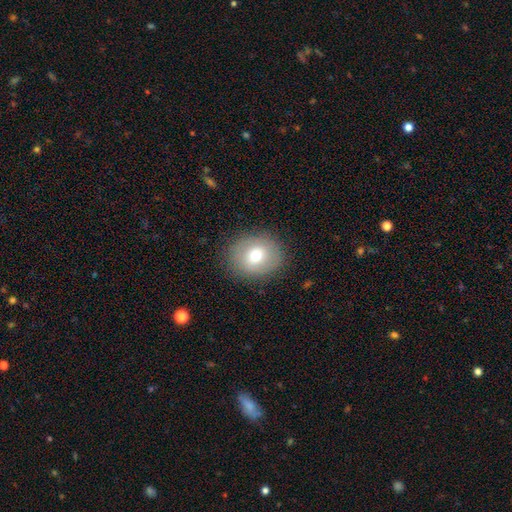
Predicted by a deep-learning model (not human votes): Smooth or featured? smooth (69%)
How rounded? round (68%)
Merging? none (85%)